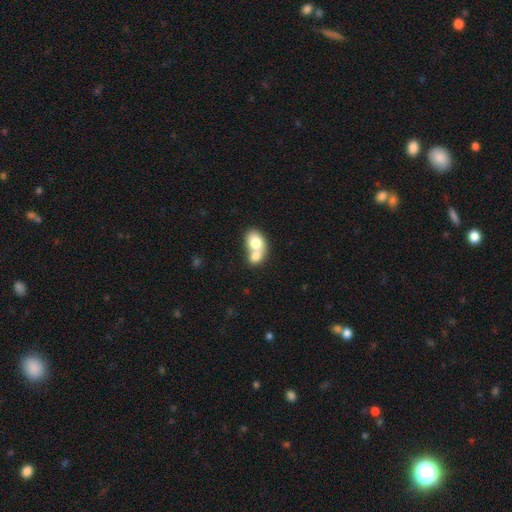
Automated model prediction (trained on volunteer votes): A smooth galaxy with no disk features (73%) that is in between round and cigar-shaped (63%). Merging: merger (76%).